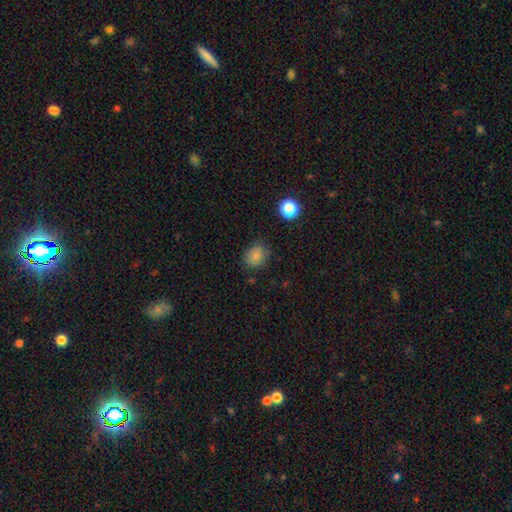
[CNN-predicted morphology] This is clearly a smooth galaxy (82%). How rounded: possibly round (54%). Merging: likely none (73%).